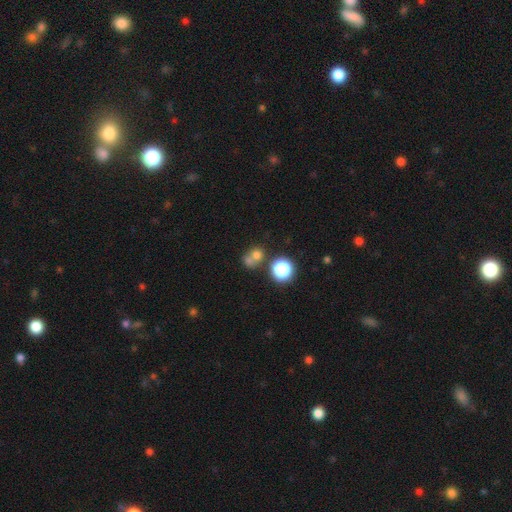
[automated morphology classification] Overall: smooth (68%). How rounded: round (76%). Merging: merger (47%; none 39%).